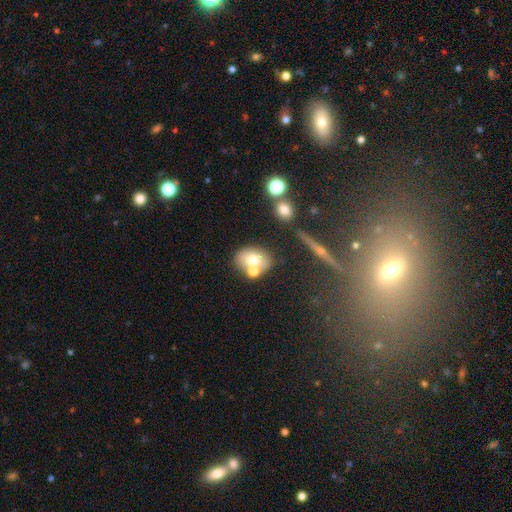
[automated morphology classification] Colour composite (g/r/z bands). It shows a smooth galaxy with no disk features (62%) that is in between round and cigar-shaped (69%). Merging: none (61%).